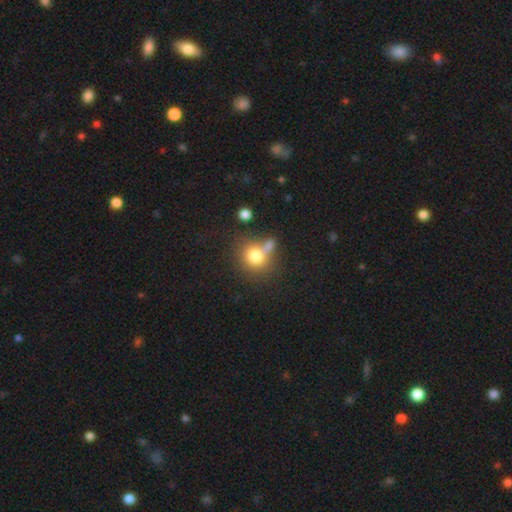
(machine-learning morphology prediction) The model was most divided on "merging": none: 49%, merger: 28%, minor disturbance: 14%, major disturbance: 9%. More confident: how rounded — round (80%); smooth or featured — smooth (77%).